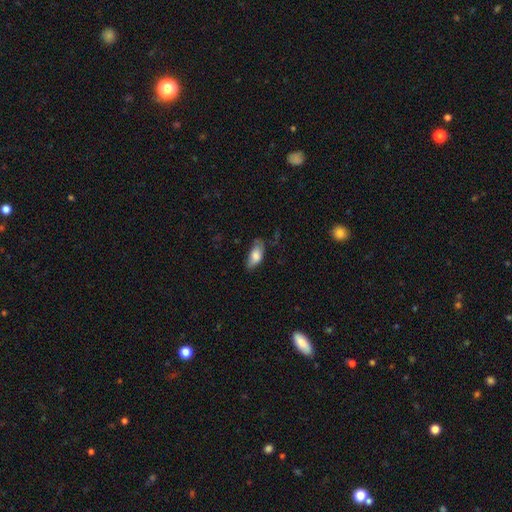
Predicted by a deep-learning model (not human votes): Smooth or featured? Predicted: smooth (p=0.77). How rounded? Predicted: in between (p=0.87). Merging? Predicted: none (p=0.51).